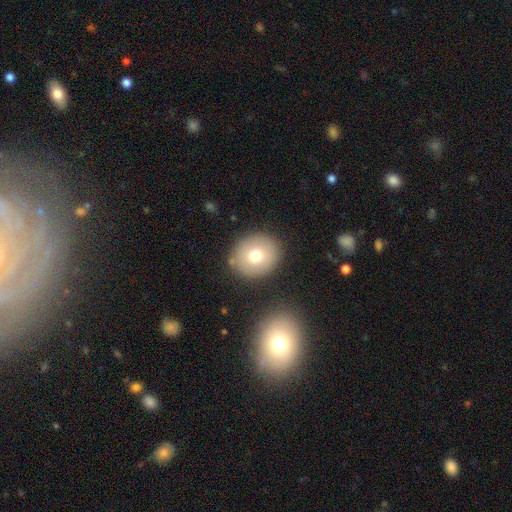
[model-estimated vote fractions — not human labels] Smooth or featured? Predicted: smooth (p=0.73). How rounded? Predicted: round (p=0.73). Merging? Predicted: none (p=0.83).